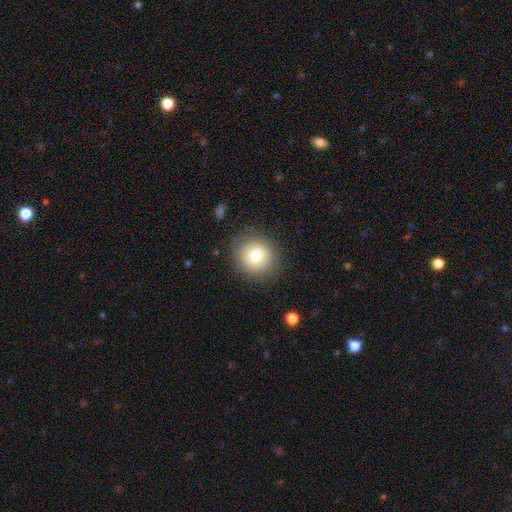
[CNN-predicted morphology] This is likely a smooth galaxy (77%). How rounded: clearly round (92%). Merging: clearly none (87%).